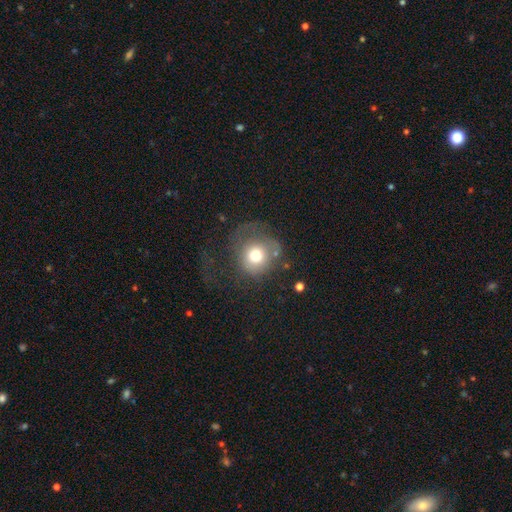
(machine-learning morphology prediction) Q: Smooth or featured?
A: smooth (68%); runner-up: featured or disk (20%)
Q: How rounded?
A: round (85%); runner-up: in between (14%)
Q: Merging?
A: none (40%); runner-up: major disturbance (35%)